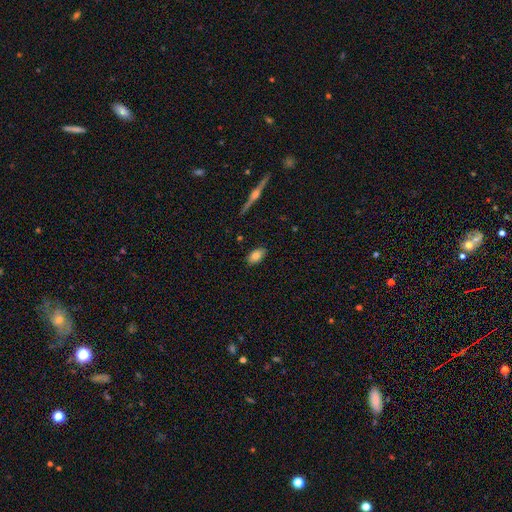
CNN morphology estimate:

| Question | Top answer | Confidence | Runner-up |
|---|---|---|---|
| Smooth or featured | smooth | 78% | featured or disk (15%) |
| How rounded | in between | 91% | round (6%) |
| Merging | none | 86% | minor disturbance (10%) |